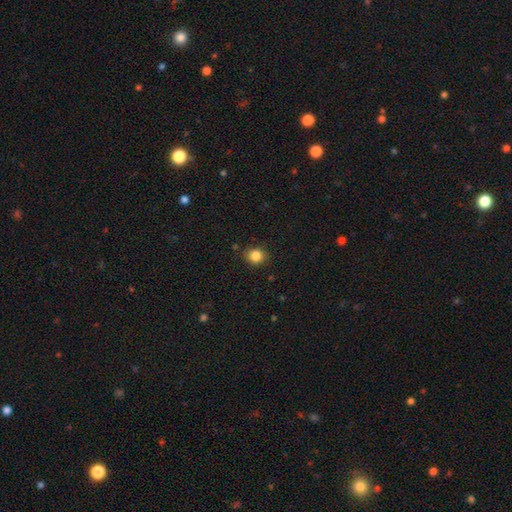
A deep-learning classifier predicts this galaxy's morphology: Overall: smooth (85%). How rounded: round (76%). Merging: none (85%).